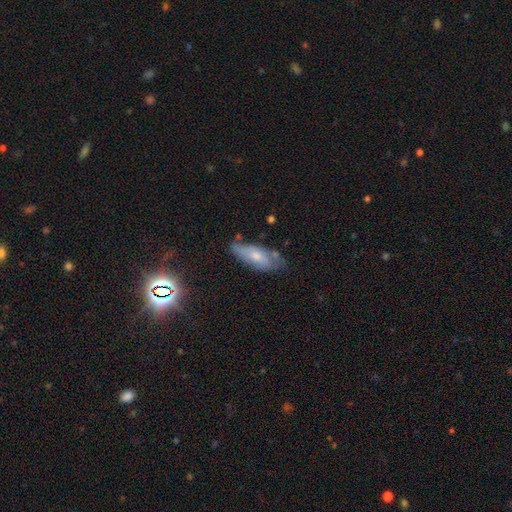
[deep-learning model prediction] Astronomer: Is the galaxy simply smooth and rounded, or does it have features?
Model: smooth — 53% (runner-up: featured or disk, 38%).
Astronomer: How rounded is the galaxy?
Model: in between — 74%.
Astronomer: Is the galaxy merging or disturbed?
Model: none — 53% (runner-up: minor disturbance, 32%).